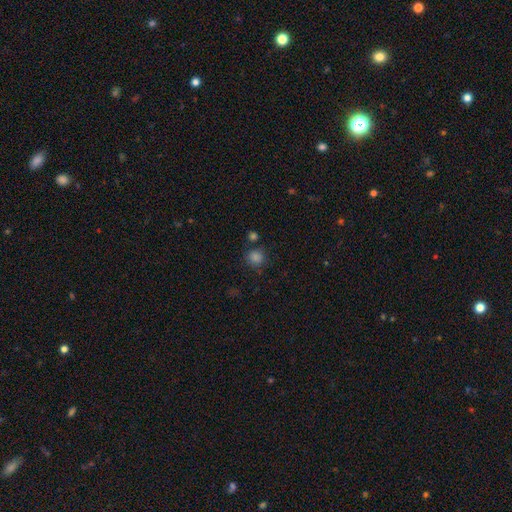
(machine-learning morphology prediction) smooth-or-featured: smooth: 75% | star or artifact: 20% | featured or disk: 5%
  how-rounded: round: 92% | in between: 7% | cigar-shaped: 1%
  merging: none: 82% | minor disturbance: 9% | merger: 6% | major disturbance: 3%